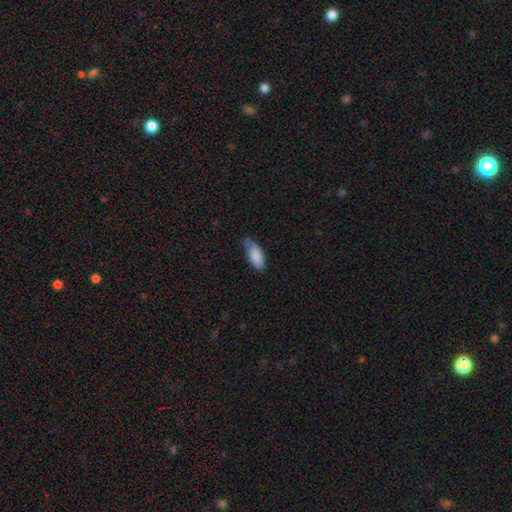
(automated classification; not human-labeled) A smooth galaxy with no disk features (86%) that is in between round and cigar-shaped (85%). Merging: none (54%).